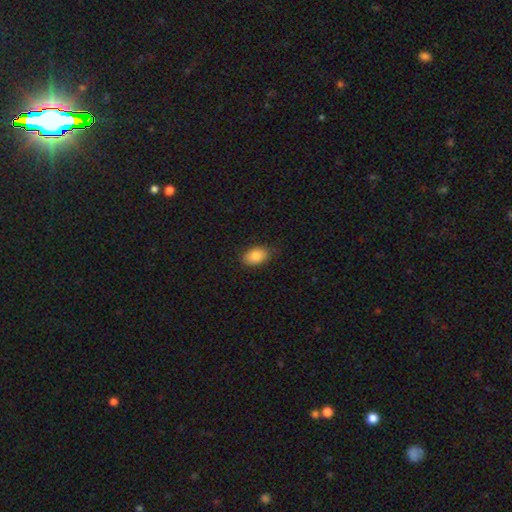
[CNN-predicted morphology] This appears to be a smooth galaxy with no disk features (85%) that is in between round and cigar-shaped (90%). Merging: none (85%).